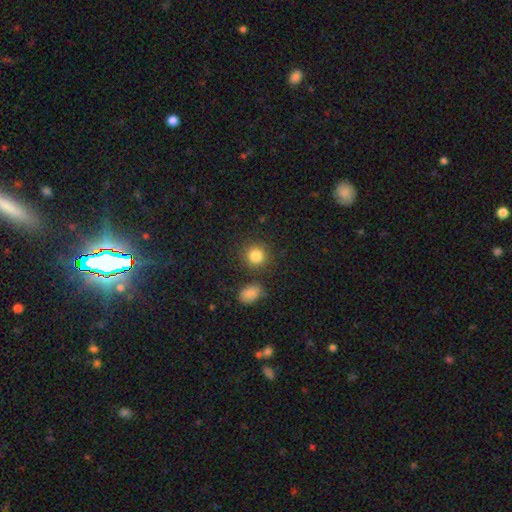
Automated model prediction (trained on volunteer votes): Smooth or featured?
  - smooth: 84% *
  - star or artifact: 10%
  - featured or disk: 5%
How rounded?
  - round: 87% *
  - in between: 12%
  - cigar-shaped: 1%
Merging?
  - none: 81% *
  - minor disturbance: 9%
  - merger: 7%
  - major disturbance: 3%